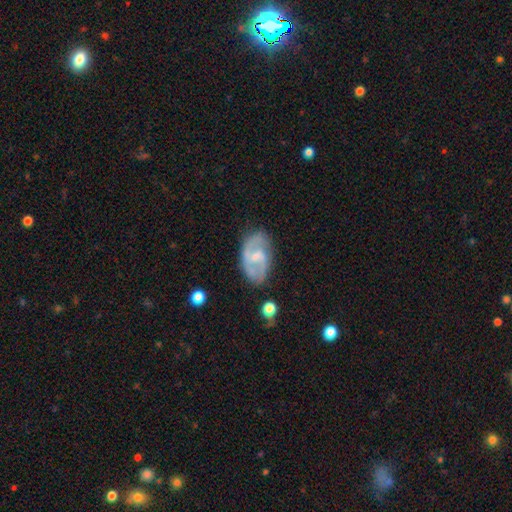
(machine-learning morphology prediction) This is likely a featured or disk galaxy (75%). It is clearly not viewed edge-on (96%). Bar: possibly weak (56%). Spiral arm pattern: clearly yes (87%). Spiral arm count: likely 2 (75%). Spiral winding: possibly medium (50%). Central bulge: possibly small (56%). Merging: likely none (69%).